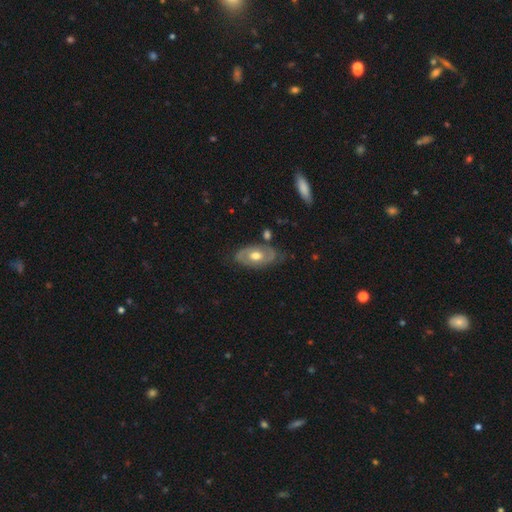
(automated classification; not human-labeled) The model was most divided on "spiral arms": yes: 61%, no: 39%. More confident: edge-on disk — no (92%); bulge size — moderate (77%); bar — no (74%); merging — none (69%); smooth or featured — featured or disk (65%).